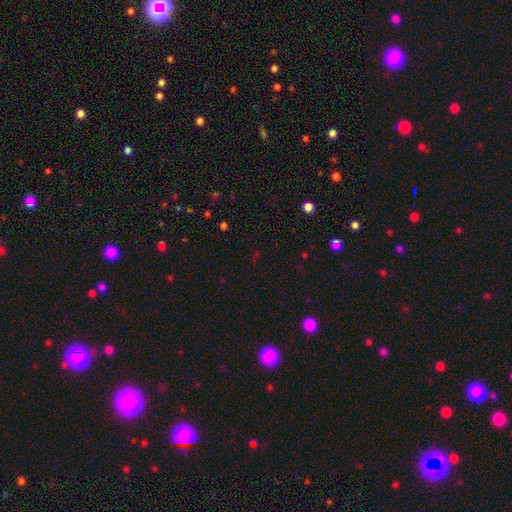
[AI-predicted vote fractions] This appears to be a star or artifact, not a galaxy (64%).